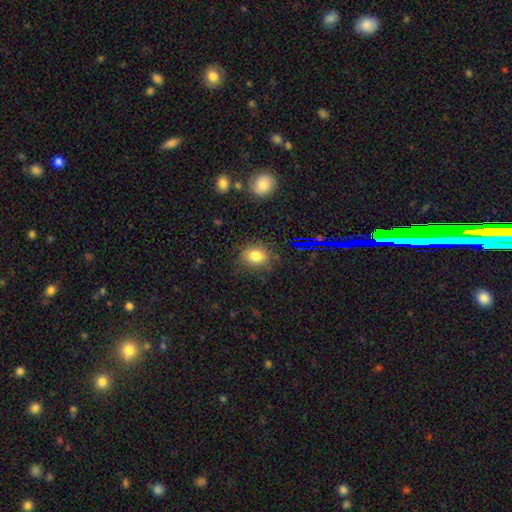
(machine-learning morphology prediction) Overall: smooth (78%). How rounded: round (60%; in between 39%). Merging: none (80%).